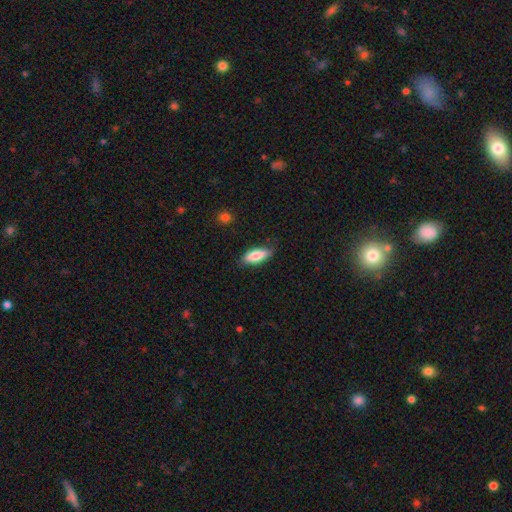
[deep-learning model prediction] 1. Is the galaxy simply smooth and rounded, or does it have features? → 78% smooth, 16% featured or disk, 6% star or artifact.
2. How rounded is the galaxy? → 66% in between, 32% cigar-shaped, 2% round.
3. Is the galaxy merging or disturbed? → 80% none, 16% minor disturbance, 3% major disturbance, 1% merger.